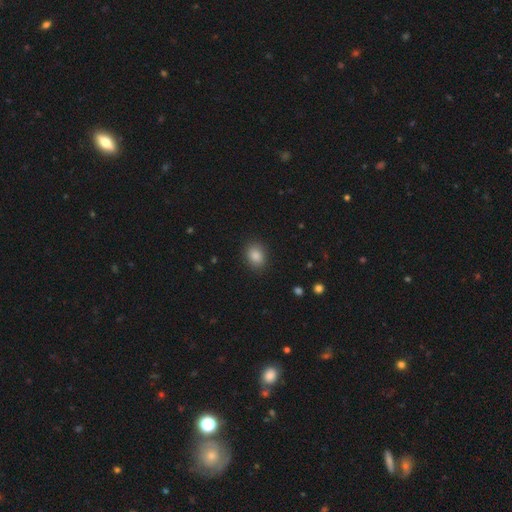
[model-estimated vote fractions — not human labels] Smooth or featured? smooth (86%)
How rounded? in between (58%)
Merging? none (87%)